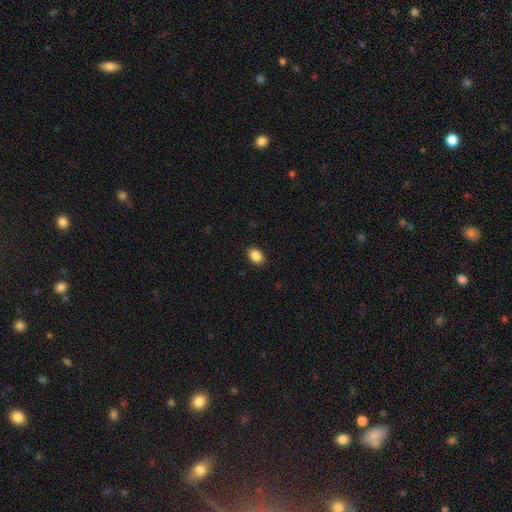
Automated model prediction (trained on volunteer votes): The model was most divided on "how rounded": in between: 78%, round: 20%, cigar-shaped: 1%. More confident: merging — none (90%); smooth or featured — smooth (88%).